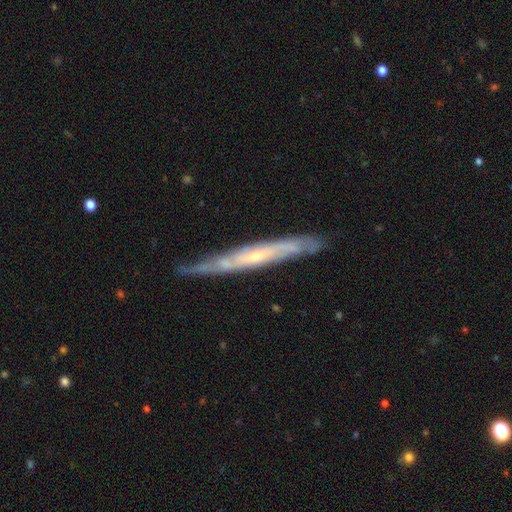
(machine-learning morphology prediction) This appears to be a featured or disk galaxy (75%) viewed edge-on (78%) with no central bulge (61%). Merging: none (74%).